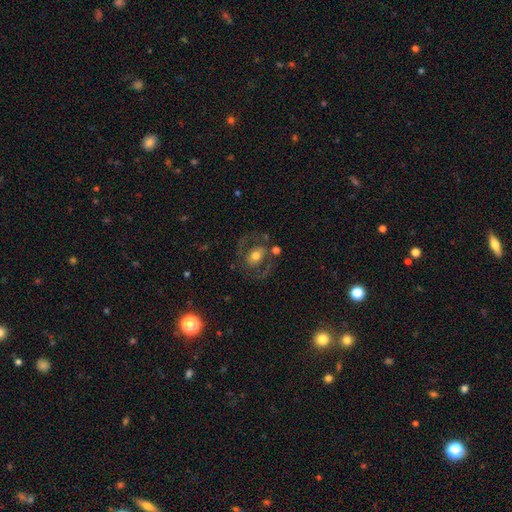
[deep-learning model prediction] This is possibly a featured or disk galaxy (59%). It is clearly not viewed edge-on (95%). Bar: possibly no (58%). Spiral arm pattern: possibly yes (55%). Central bulge: likely moderate (68%). Merging: likely none (66%).